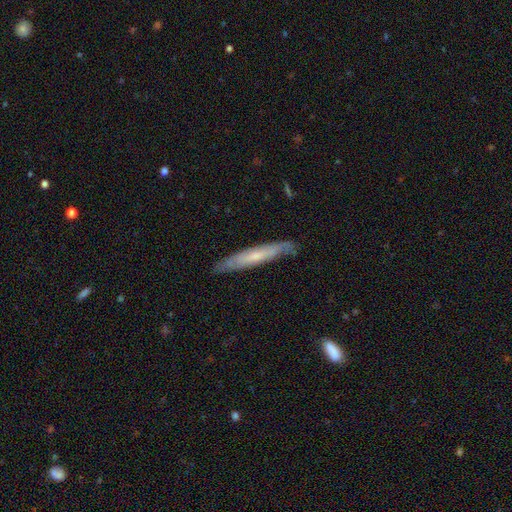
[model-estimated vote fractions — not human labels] Morphology: type=featured or disk (49%); merging=none (83%).